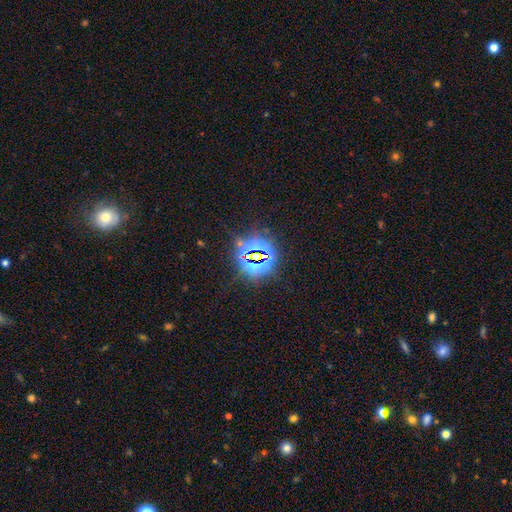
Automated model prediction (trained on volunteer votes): Morphology: type=star or artifact (80%).